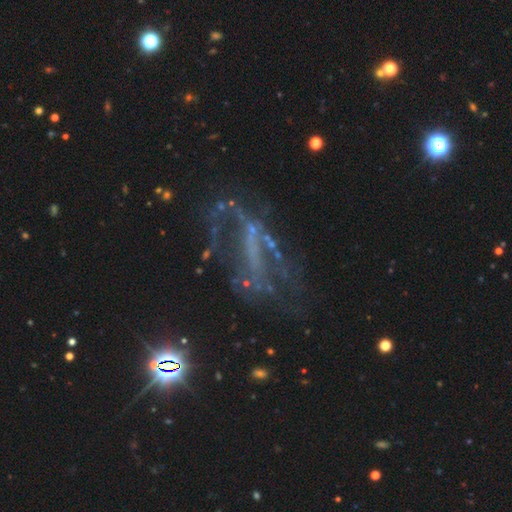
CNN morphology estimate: type=featured or disk (66%); edge-on=no (90%); bar=strong (37%); spiral arms=yes (51%); bulge=none (73%); merging=none (42%).